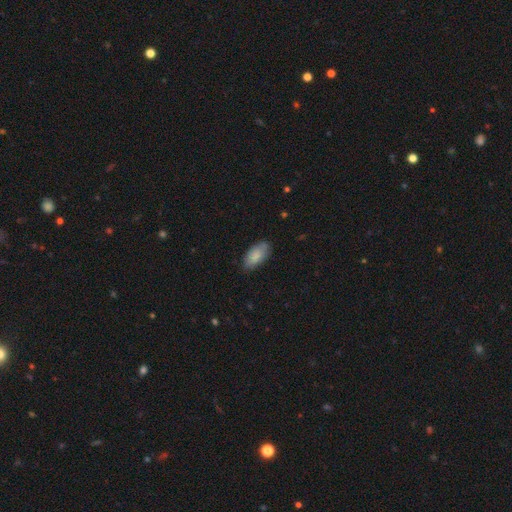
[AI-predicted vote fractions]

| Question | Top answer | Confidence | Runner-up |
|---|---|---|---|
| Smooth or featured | smooth | 84% | featured or disk (10%) |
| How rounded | in between | 92% | cigar-shaped (6%) |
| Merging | none | 78% | minor disturbance (18%) |